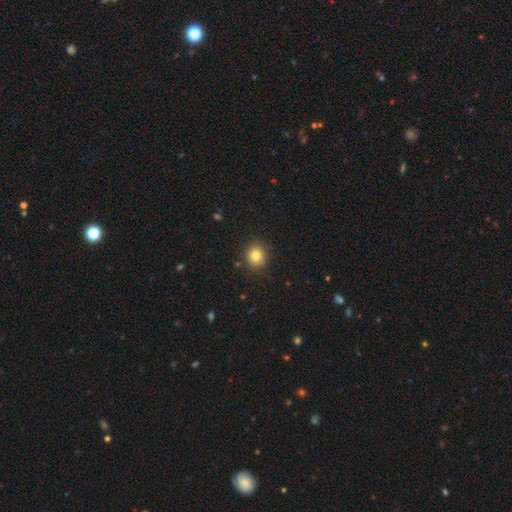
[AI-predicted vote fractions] Morphology: type=smooth (81%); roundness=round (80%); merging=none (88%).